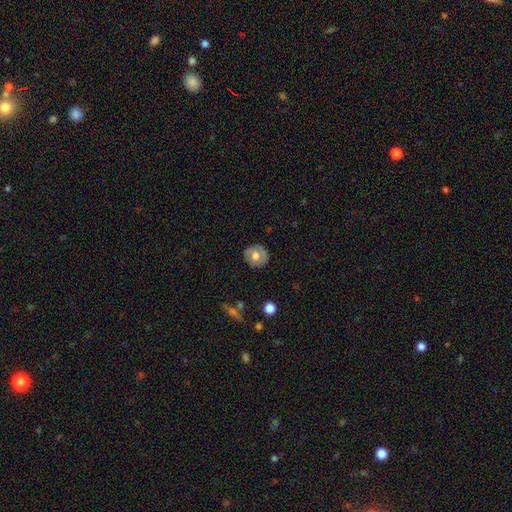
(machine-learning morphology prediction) This appears to be a smooth galaxy with no disk features (58%) that is round (85%). Merging: none (82%).